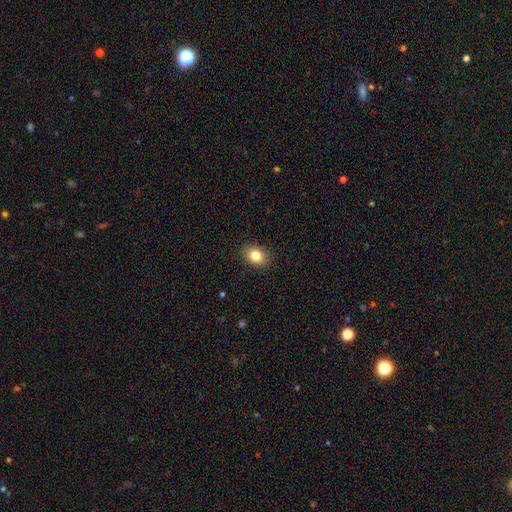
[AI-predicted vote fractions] A smooth galaxy with no disk features (82%) that is in between round and cigar-shaped (56%). Merging: none (89%).